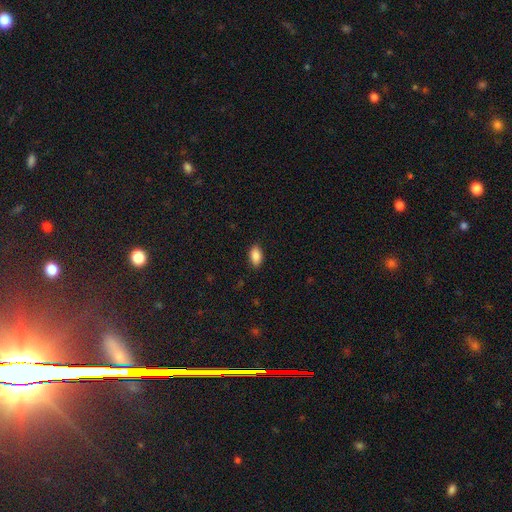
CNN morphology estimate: A smooth galaxy with no disk features (88%) that is in between round and cigar-shaped (92%). Merging: none (88%).